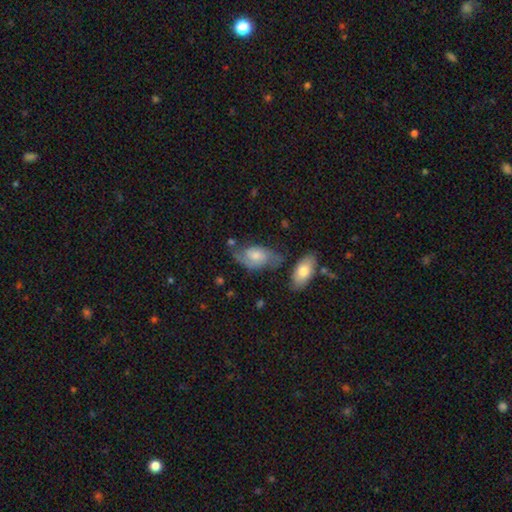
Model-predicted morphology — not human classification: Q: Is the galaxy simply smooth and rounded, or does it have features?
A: featured or disk — 60%.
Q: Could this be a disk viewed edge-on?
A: no — 95%.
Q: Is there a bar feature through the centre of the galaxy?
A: no — 65%.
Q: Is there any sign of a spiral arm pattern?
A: yes — 87%.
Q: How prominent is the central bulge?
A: moderate — 44%.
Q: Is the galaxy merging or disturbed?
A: none — 45%.